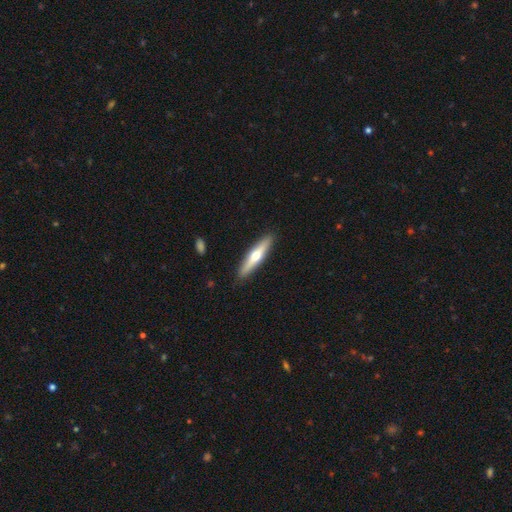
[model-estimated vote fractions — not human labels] Smooth or featured?
  - featured or disk: 50% *
  - smooth: 45%
  - star or artifact: 5%
Merging?
  - none: 90% *
  - minor disturbance: 7%
  - major disturbance: 2%
  - merger: 1%